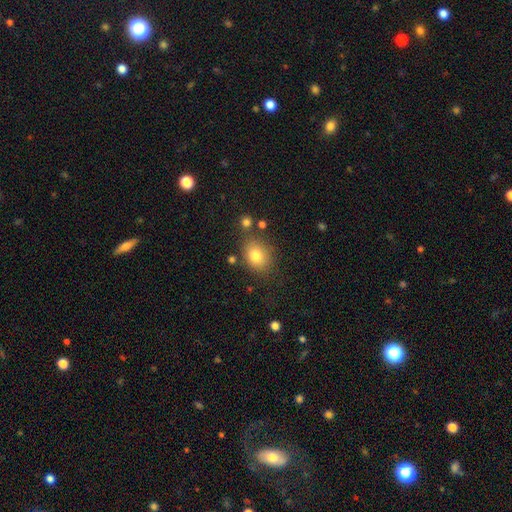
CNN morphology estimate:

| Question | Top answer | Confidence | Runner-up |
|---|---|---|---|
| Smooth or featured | smooth | 80% | star or artifact (11%) |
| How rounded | in between | 53% | round (46%) |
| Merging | none | 76% | minor disturbance (14%) |